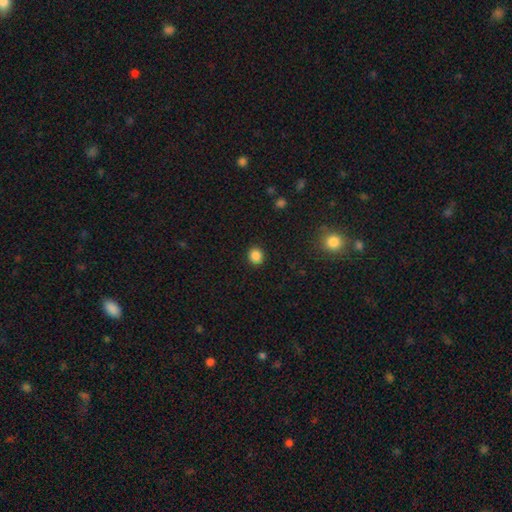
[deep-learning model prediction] A smooth galaxy with no disk features (86%) that is round (81%).

Vote fractions:
- Smooth or featured? smooth: 86% / star or artifact: 11% / featured or disk: 3%
- How rounded? round: 81% / in between: 19% / cigar-shaped: 1%
- Merging? none: 91% / minor disturbance: 6% / major disturbance: 2% / merger: 1%